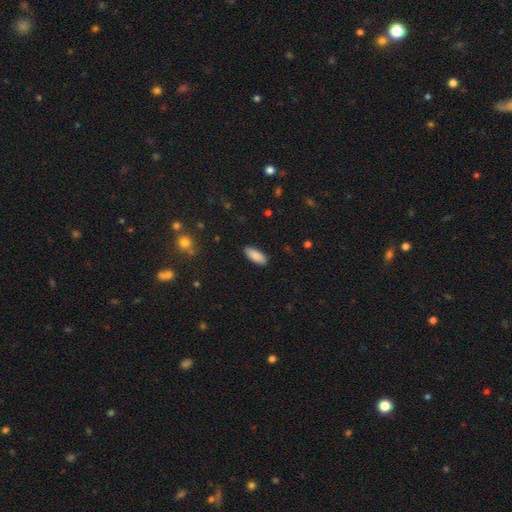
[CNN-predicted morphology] A smooth galaxy with no disk features (89%) that is in between round and cigar-shaped (80%).

Vote fractions:
- Smooth or featured? smooth: 89% / star or artifact: 6% / featured or disk: 5%
- How rounded? in between: 80% / cigar-shaped: 19% / round: 2%
- Merging? none: 89% / minor disturbance: 8% / major disturbance: 2% / merger: 1%